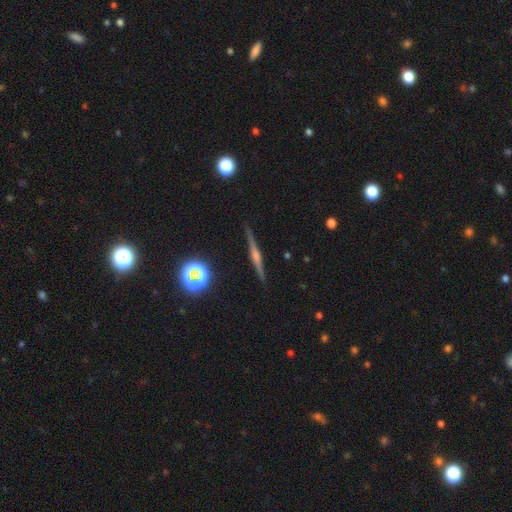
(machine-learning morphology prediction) This is likely a featured or disk galaxy (78%). It is clearly viewed edge-on (98%). Edge-on bulge: clearly rounded (83%). Merging: clearly none (92%).